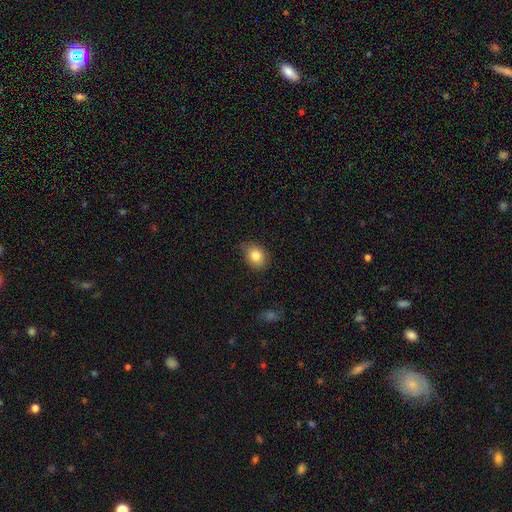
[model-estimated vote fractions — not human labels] The model was most divided on "how rounded": in between: 51%, round: 48%, cigar-shaped: 1%. More confident: smooth or featured — smooth (83%); merging — none (75%).